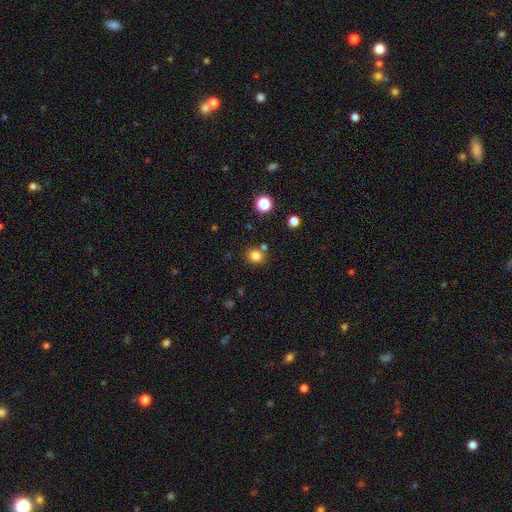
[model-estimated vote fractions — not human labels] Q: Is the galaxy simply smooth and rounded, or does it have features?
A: smooth — 81%.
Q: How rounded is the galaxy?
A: round — 78%.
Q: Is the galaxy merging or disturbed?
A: none — 77%.